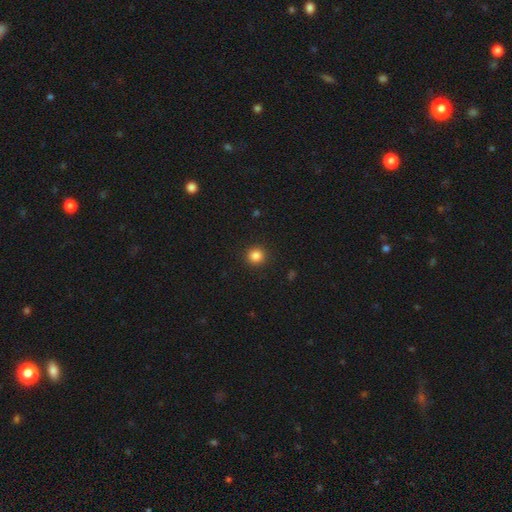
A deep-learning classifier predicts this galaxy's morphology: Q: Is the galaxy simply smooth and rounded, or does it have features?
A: smooth — 85%.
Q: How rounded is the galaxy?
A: round — 94%.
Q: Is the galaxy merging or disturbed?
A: none — 92%.